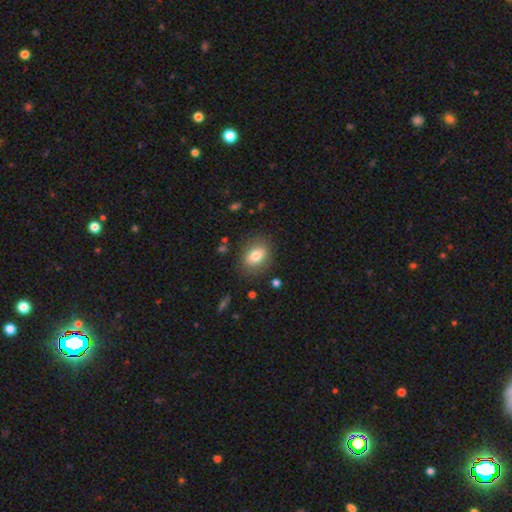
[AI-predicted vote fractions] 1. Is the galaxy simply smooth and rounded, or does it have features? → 77% smooth, 14% featured or disk, 9% star or artifact.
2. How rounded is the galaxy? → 63% in between, 35% round, 2% cigar-shaped.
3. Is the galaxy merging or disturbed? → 82% none, 12% minor disturbance, 4% major disturbance, 2% merger.